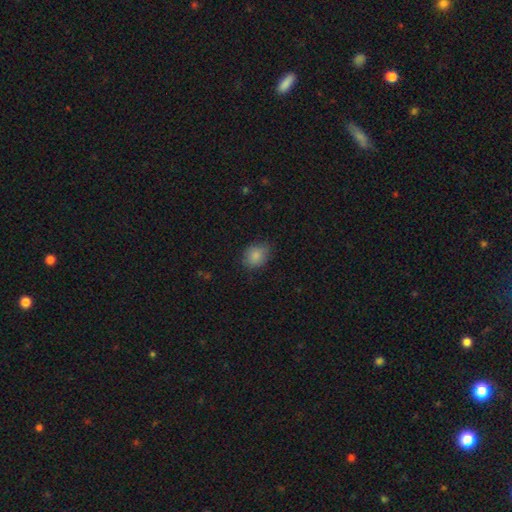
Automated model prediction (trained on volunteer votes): A smooth galaxy with no disk features (85%) that is in between round and cigar-shaped (51%). Merging: none (76%).